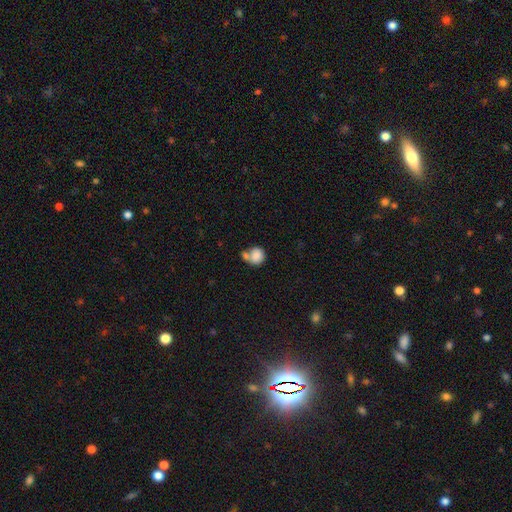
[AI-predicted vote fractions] The model was most divided on "merging": merger: 44%, none: 38%, minor disturbance: 12%, major disturbance: 6%. More confident: smooth or featured — smooth (84%); how rounded — round (80%).